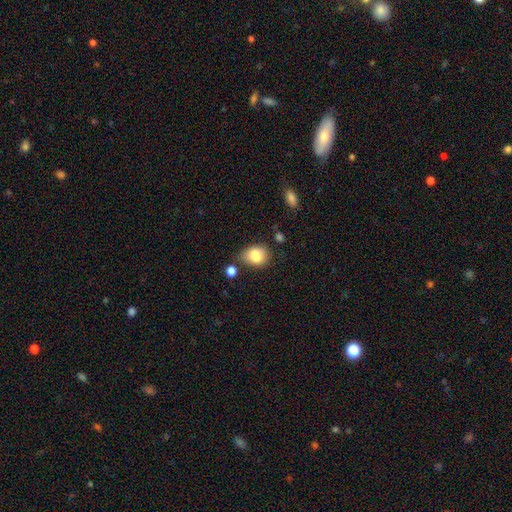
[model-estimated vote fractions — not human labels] Smooth or featured? Predicted: smooth (p=0.81). How rounded? Predicted: in between (p=0.69). Merging? Predicted: none (p=0.53).